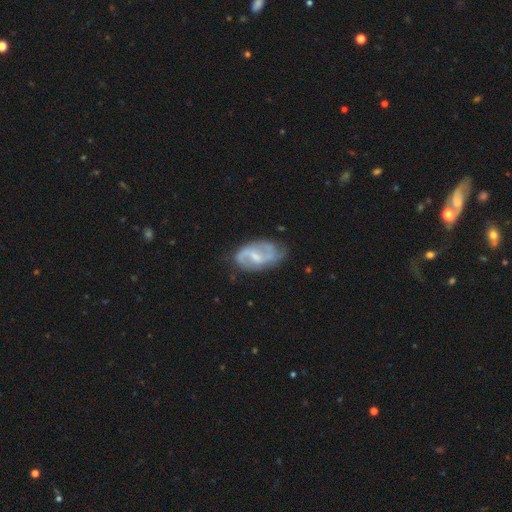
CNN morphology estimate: type=featured or disk (79%); edge-on=no (97%); bar=weak (57%); spiral arms=yes (90%); winding=medium (43%); arm count=2 (75%); bulge=small (49%); merging=none (61%).